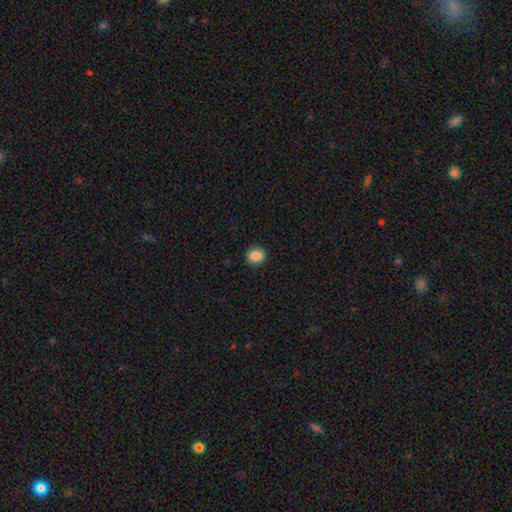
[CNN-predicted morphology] A smooth galaxy with no disk features (86%) that is round (72%).

Vote fractions:
- Smooth or featured? smooth: 86% / star or artifact: 9% / featured or disk: 5%
- How rounded? round: 72% / in between: 26% / cigar-shaped: 1%
- Merging? none: 90% / minor disturbance: 7% / major disturbance: 2% / merger: 1%